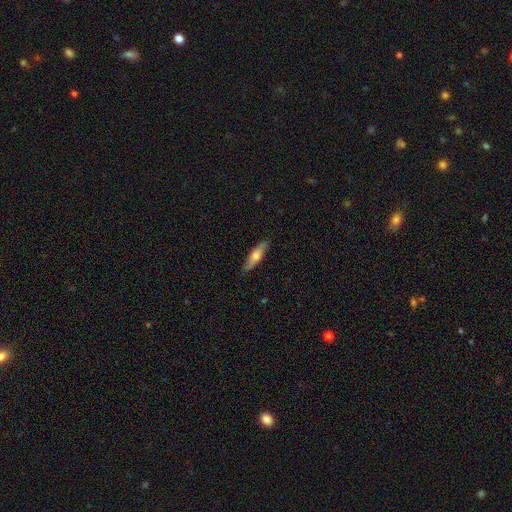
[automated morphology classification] Overall: smooth (56%; featured or disk 38%). How rounded: cigar-shaped (64%; in between 34%). Merging: none (84%).